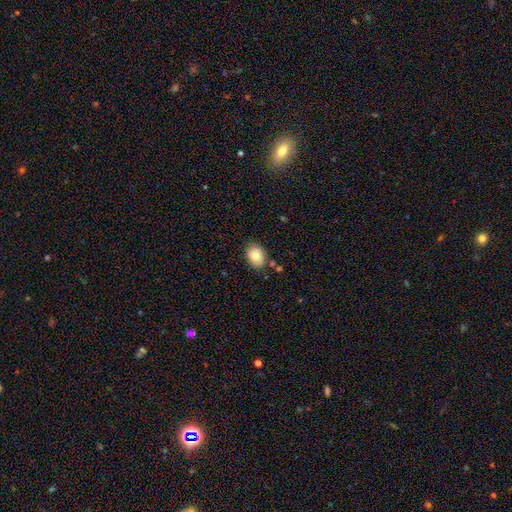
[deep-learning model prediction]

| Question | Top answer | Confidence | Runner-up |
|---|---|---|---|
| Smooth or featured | smooth | 80% | featured or disk (12%) |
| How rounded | in between | 61% | round (38%) |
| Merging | none | 80% | minor disturbance (13%) |